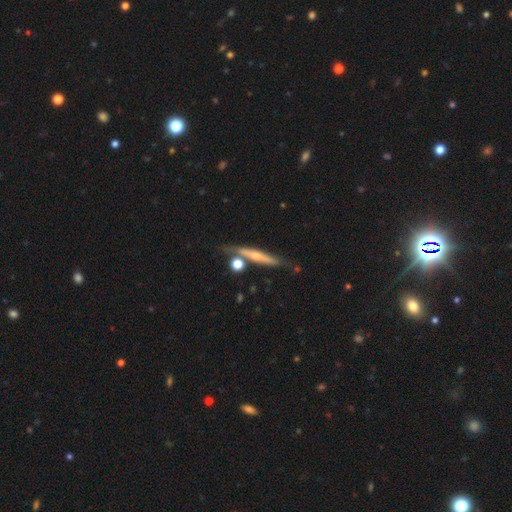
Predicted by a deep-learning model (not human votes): The model was most divided on "smooth or featured": featured or disk: 59%, smooth: 34%, star or artifact: 7%. More confident: edge-on disk — yes (92%); edge-on bulge — rounded (74%); merging — none (69%).